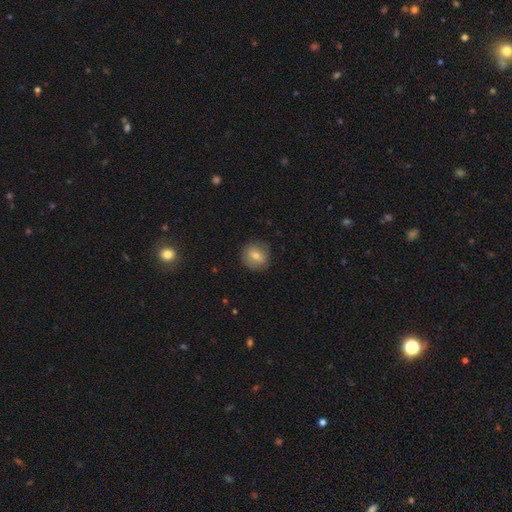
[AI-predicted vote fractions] This is likely a smooth galaxy (68%). How rounded: clearly round (87%). Merging: clearly none (88%).